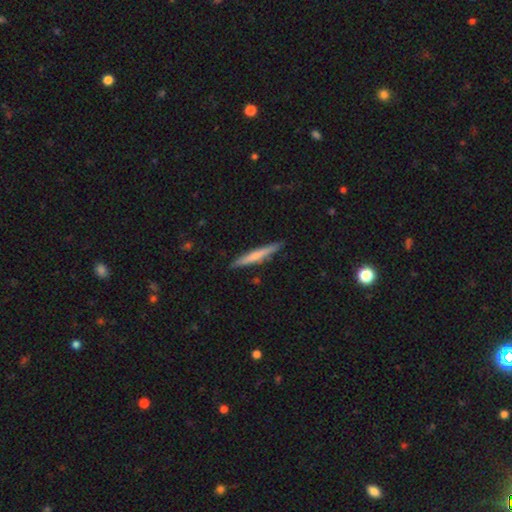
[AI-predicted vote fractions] smooth 58%, featured or disk 37%, star or artifact 5%. Down the decision tree: how rounded — cigar-shaped (95%); merging — none (88%).